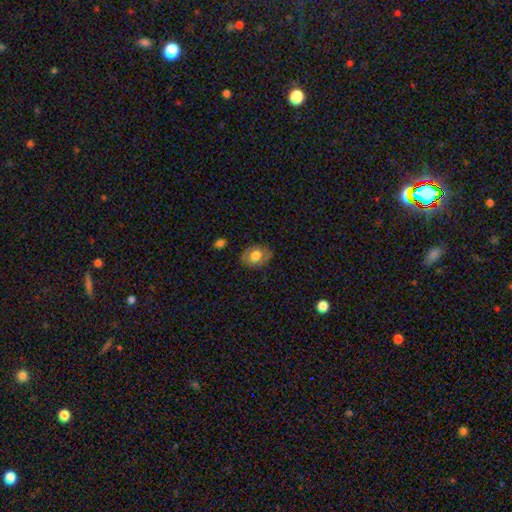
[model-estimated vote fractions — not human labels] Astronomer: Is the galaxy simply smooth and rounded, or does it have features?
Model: smooth — 71%.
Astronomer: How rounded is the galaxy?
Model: in between — 61% (runner-up: round, 38%).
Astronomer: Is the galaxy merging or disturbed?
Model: none — 81%.